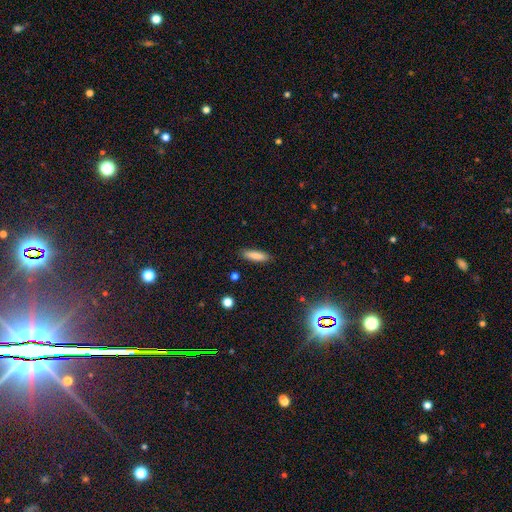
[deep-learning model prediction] Smooth or featured: smooth — 84% (featured or disk — 8%)
How rounded: cigar-shaped — 63% (in between — 35%)
Merging: none — 88% (minor disturbance — 9%)